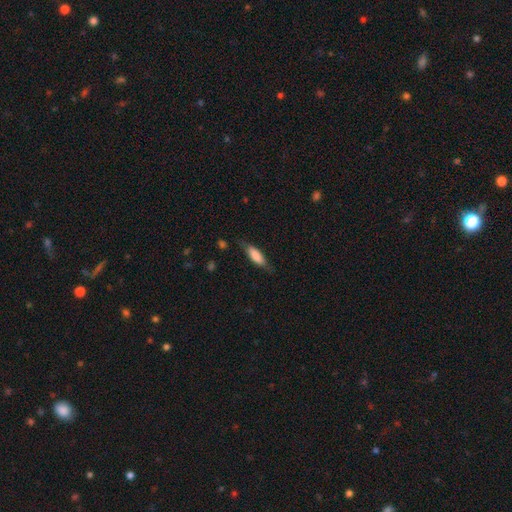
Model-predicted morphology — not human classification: smooth 74%, featured or disk 20%, star or artifact 6%. Down the decision tree: how rounded — in between (56%); merging — none (68%).